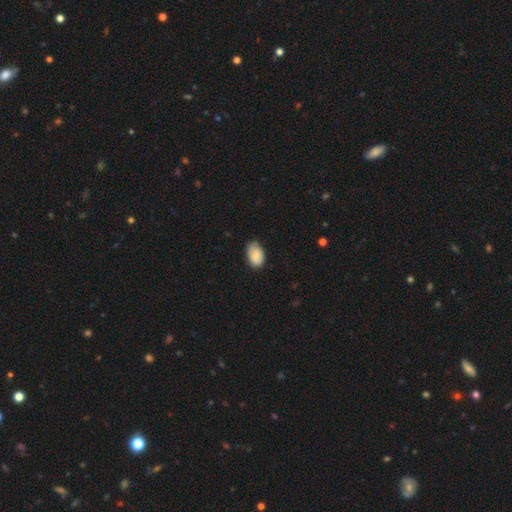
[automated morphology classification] This appears to be a smooth galaxy with no disk features (81%) that is in between round and cigar-shaped (91%). Merging: none (59%).